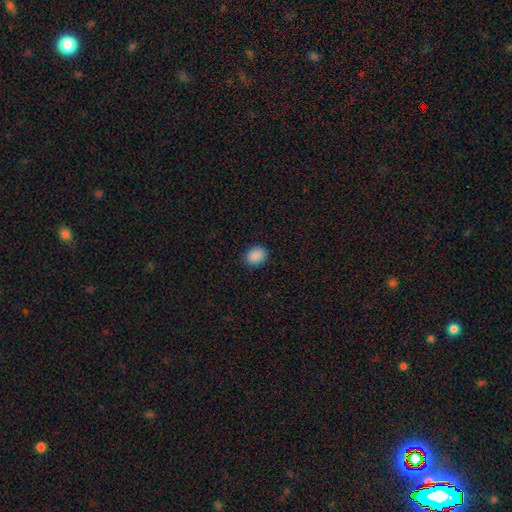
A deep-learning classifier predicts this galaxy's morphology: smooth 89%, star or artifact 9%, featured or disk 2%. Down the decision tree: how rounded — in between (54%); merging — none (89%).